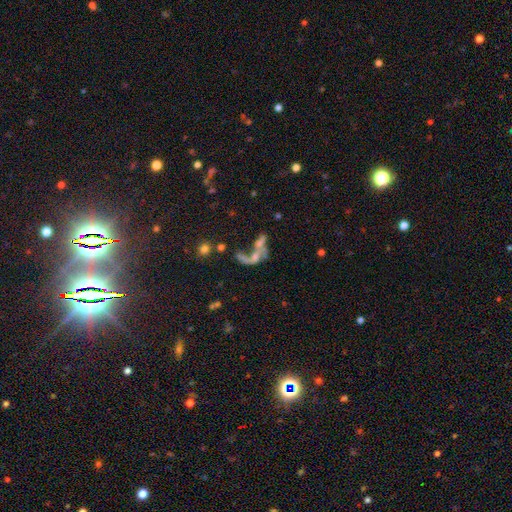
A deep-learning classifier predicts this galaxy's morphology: Overall: featured or disk (52%; smooth 31%). Edge-on disk: no (93%). Merging: merger (52%; major disturbance 25%).